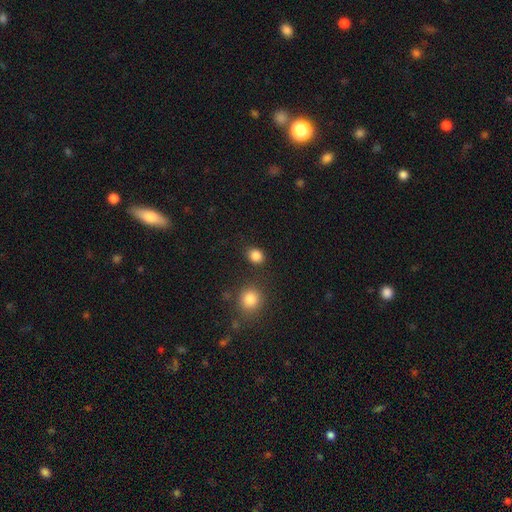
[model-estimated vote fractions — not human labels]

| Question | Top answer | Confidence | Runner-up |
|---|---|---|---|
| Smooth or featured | smooth | 86% | star or artifact (11%) |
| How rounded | round | 63% | in between (36%) |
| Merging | none | 83% | minor disturbance (9%) |